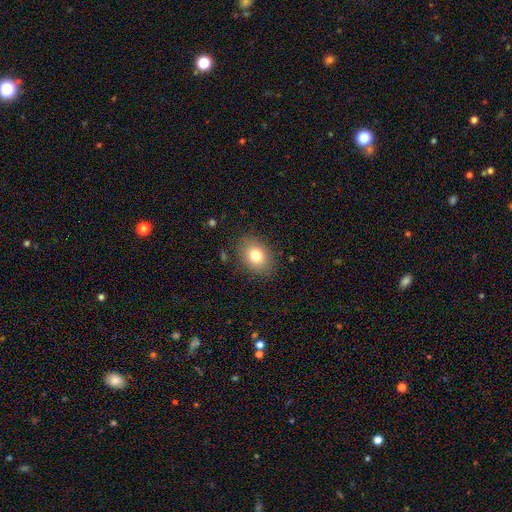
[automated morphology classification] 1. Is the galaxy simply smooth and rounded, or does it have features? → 79% smooth, 11% featured or disk, 9% star or artifact.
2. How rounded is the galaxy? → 65% in between, 34% round, 1% cigar-shaped.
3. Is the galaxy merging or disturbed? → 85% none, 11% minor disturbance, 3% major disturbance, 1% merger.